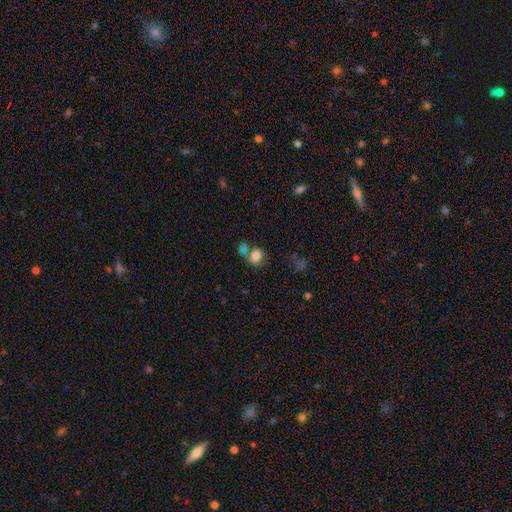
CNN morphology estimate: Smooth or featured? smooth (65%)
How rounded? in between (60%)
Merging? none (35%)